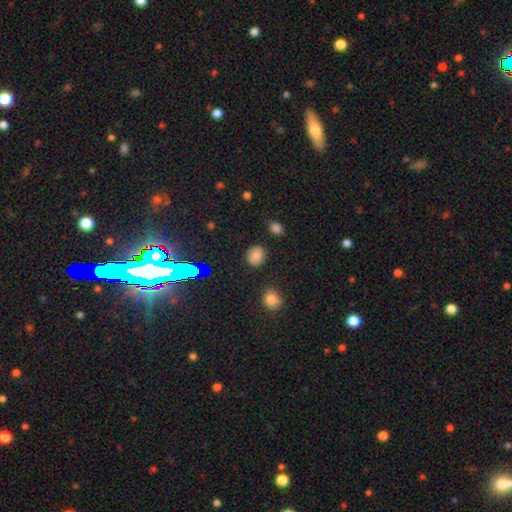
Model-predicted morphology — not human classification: Q: Smooth or featured?
A: smooth (79%); runner-up: star or artifact (16%)
Q: How rounded?
A: round (73%); runner-up: in between (26%)
Q: Merging?
A: none (87%); runner-up: minor disturbance (9%)